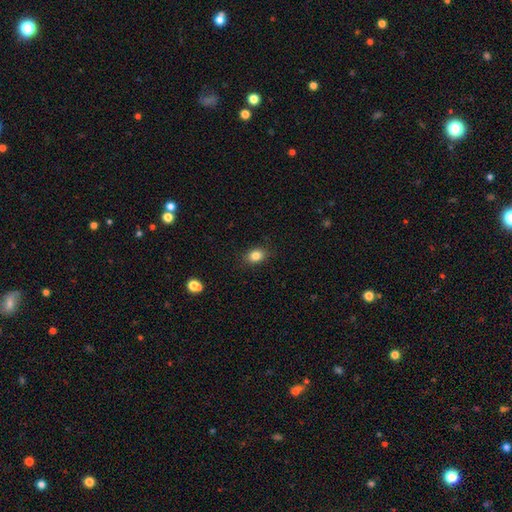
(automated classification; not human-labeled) smooth 84%, star or artifact 10%, featured or disk 6%. Down the decision tree: how rounded — in between (66%); merging — none (86%).